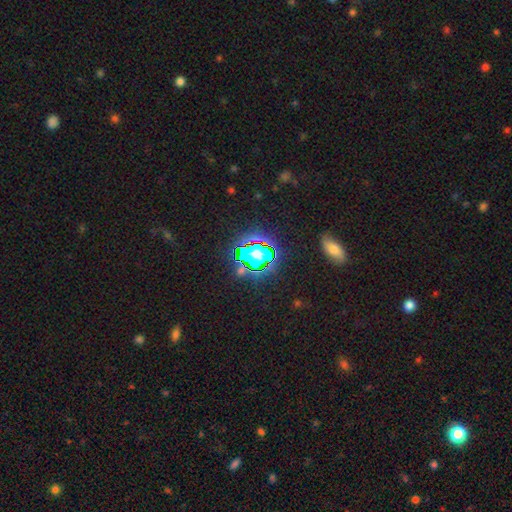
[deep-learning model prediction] Smooth or featured? Predicted: star or artifact (p=0.79).